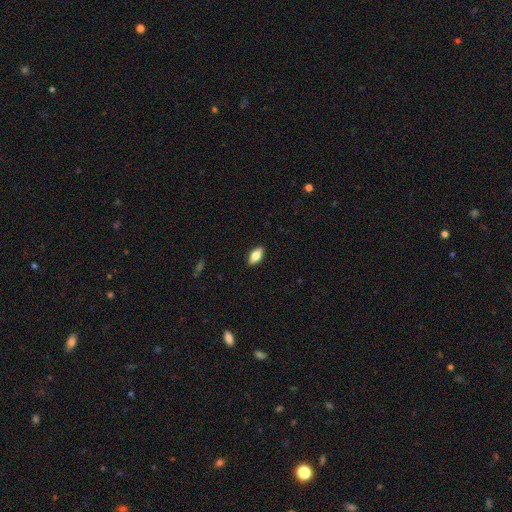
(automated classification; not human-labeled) A smooth galaxy with no disk features (77%) that is in between round and cigar-shaped (87%).

Vote fractions:
- Smooth or featured? smooth: 77% / featured or disk: 16% / star or artifact: 7%
- How rounded? in between: 87% / cigar-shaped: 10% / round: 3%
- Merging? none: 89% / minor disturbance: 8% / major disturbance: 2% / merger: 1%